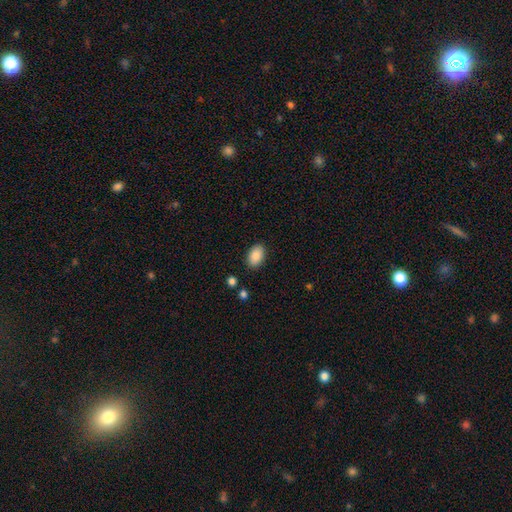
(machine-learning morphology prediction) smooth-or-featured: smooth: 88% | star or artifact: 7% | featured or disk: 5%
  how-rounded: in between: 91% | round: 7% | cigar-shaped: 1%
  merging: none: 87% | minor disturbance: 9% | major disturbance: 2% | merger: 1%